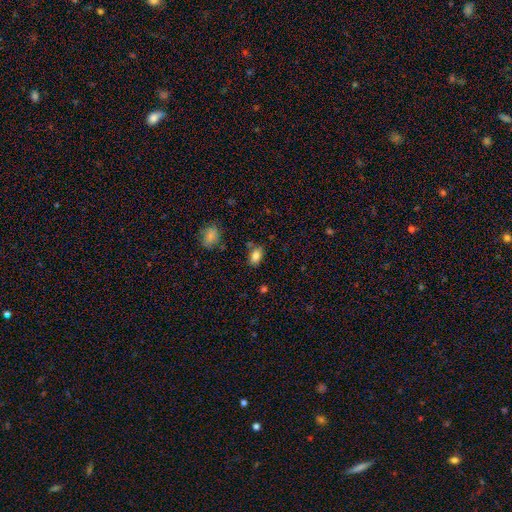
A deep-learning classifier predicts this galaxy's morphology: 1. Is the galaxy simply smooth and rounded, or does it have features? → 83% smooth, 9% star or artifact, 7% featured or disk.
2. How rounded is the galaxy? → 87% in between, 10% round, 2% cigar-shaped.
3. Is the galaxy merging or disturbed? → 77% none, 15% minor disturbance, 4% merger, 3% major disturbance.